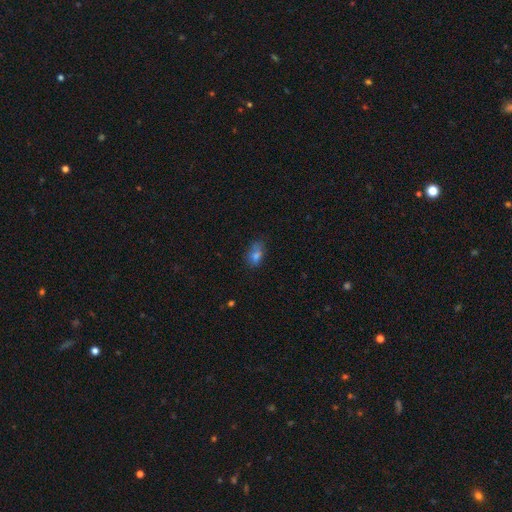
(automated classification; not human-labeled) This appears to be a smooth galaxy with no disk features (74%) that is in between round and cigar-shaped (80%). Merging: none (53%).